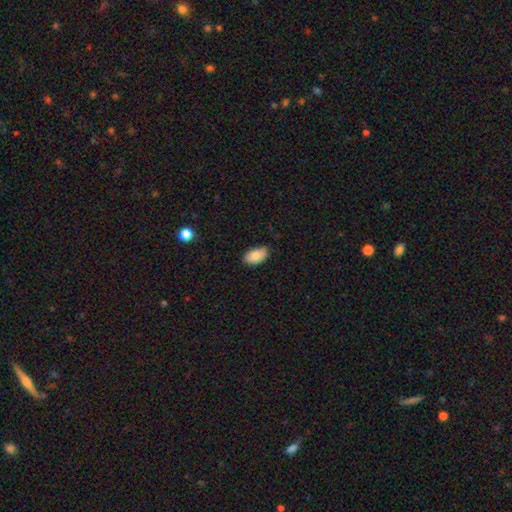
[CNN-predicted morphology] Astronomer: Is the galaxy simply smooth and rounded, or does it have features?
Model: smooth — 85%.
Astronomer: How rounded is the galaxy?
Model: in between — 94%.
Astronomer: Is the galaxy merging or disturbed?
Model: none — 80%.